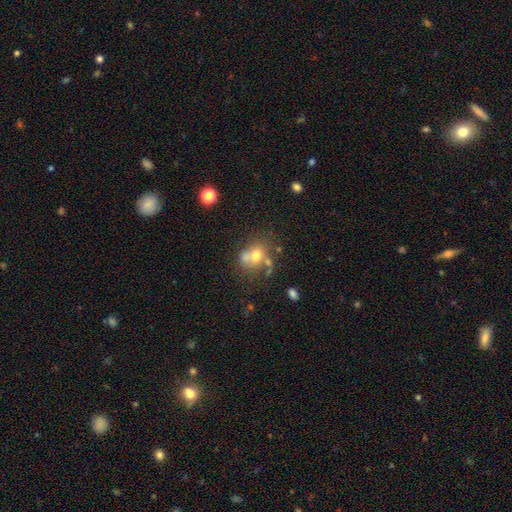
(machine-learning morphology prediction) This appears to be a smooth galaxy with no disk features (64%) that is round (61%). Merging: none (38%).